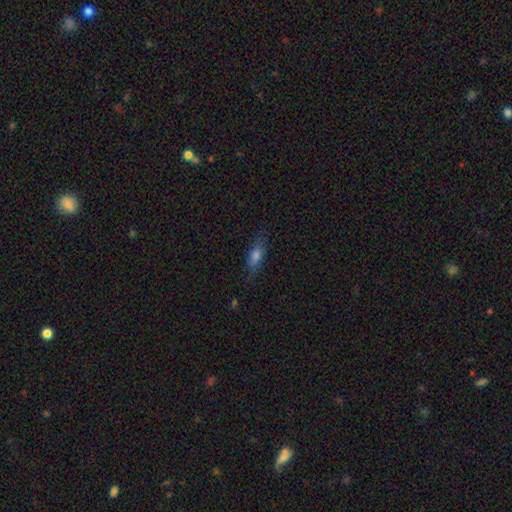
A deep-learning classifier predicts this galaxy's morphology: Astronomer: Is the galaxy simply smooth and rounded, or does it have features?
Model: smooth — 70%.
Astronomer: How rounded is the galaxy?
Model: in between — 53% (runner-up: cigar-shaped, 44%).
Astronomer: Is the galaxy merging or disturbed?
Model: none — 77%.